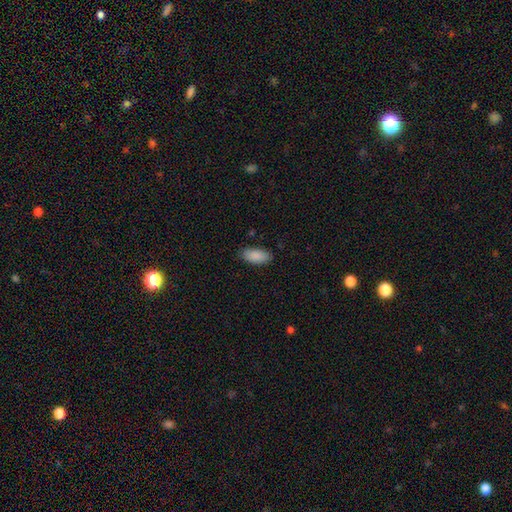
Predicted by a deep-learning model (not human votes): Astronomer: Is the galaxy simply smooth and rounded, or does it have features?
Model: smooth — 90%.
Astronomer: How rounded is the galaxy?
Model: in between — 90%.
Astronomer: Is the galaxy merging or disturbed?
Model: none — 86%.